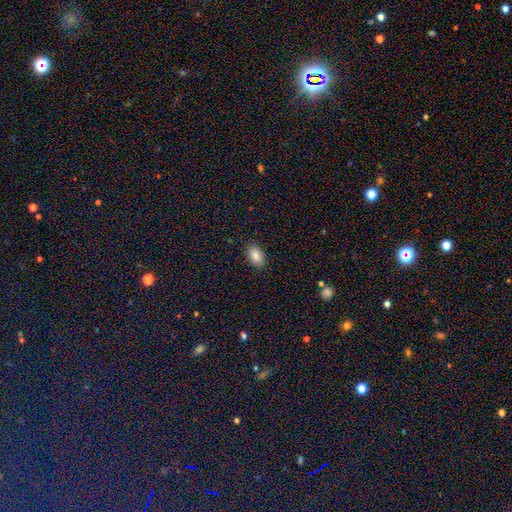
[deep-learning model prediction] Morphology: type=smooth (86%); roundness=in between (90%); merging=none (88%).